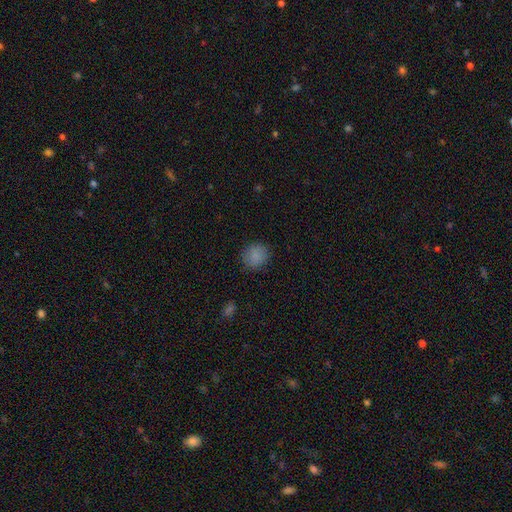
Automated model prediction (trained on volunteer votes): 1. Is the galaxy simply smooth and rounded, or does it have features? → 86% smooth, 10% star or artifact, 5% featured or disk.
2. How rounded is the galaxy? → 86% round, 13% in between, 1% cigar-shaped.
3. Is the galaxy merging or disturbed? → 87% none, 9% minor disturbance, 3% major disturbance, 1% merger.